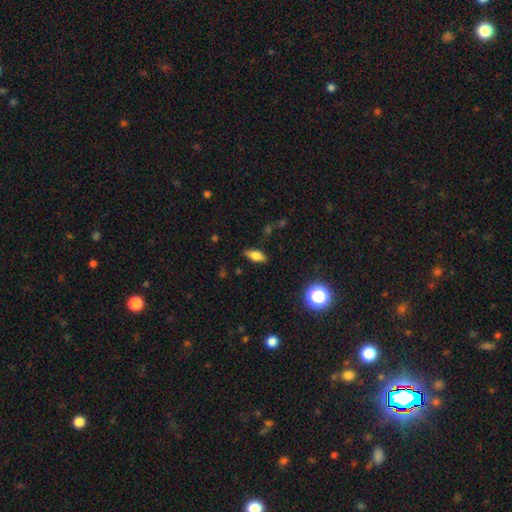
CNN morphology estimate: A smooth galaxy with no disk features (70%) that is in between round and cigar-shaped (79%).

Vote fractions:
- Smooth or featured? smooth: 70% / featured or disk: 20% / star or artifact: 10%
- How rounded? in between: 79% / cigar-shaped: 16% / round: 5%
- Merging? none: 81% / minor disturbance: 14% / major disturbance: 3% / merger: 1%